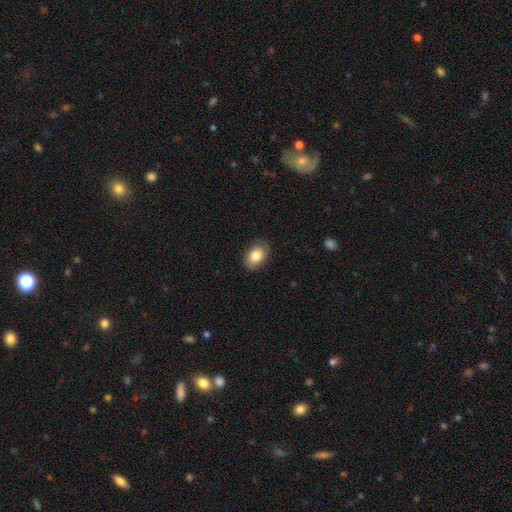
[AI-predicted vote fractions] This is likely a smooth galaxy (78%). How rounded: clearly in between (82%). Merging: clearly none (82%).